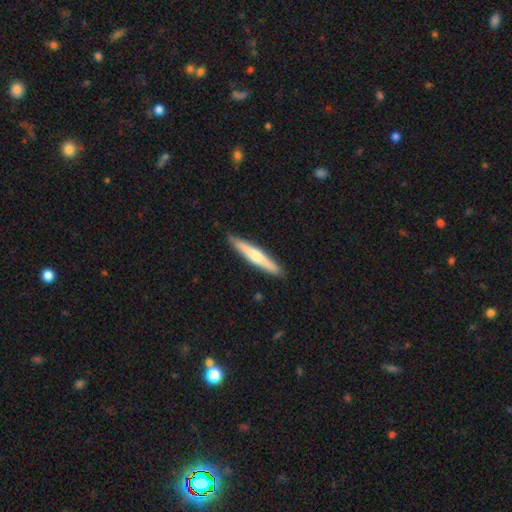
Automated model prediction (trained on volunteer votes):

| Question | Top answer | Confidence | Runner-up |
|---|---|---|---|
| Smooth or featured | smooth | 48% | featured or disk (47%) |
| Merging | none | 90% | minor disturbance (7%) |